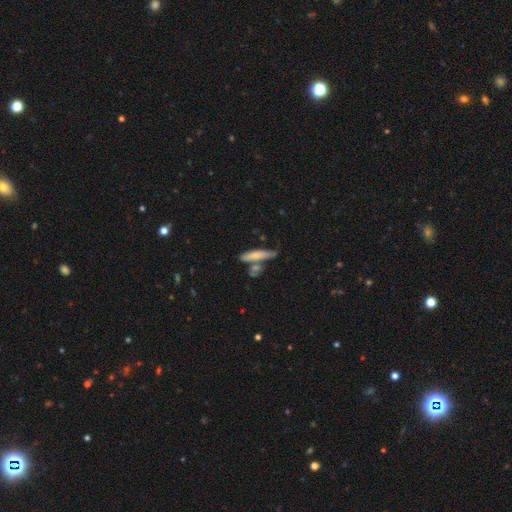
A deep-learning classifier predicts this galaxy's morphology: smooth-or-featured: smooth: 66% | featured or disk: 27% | star or artifact: 7%
  how-rounded: cigar-shaped: 81% | in between: 16% | round: 2%
  merging: none: 57% | merger: 20% | minor disturbance: 17% | major disturbance: 6%